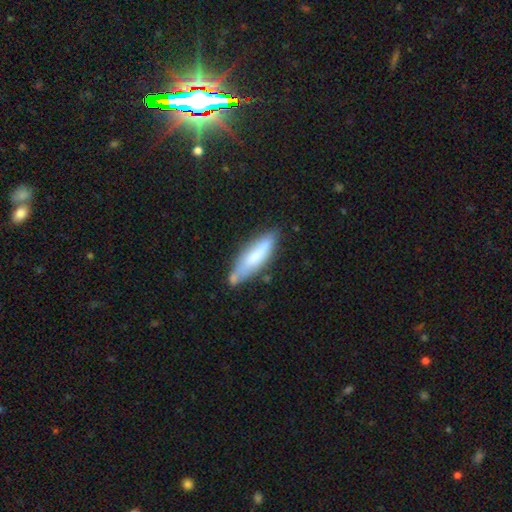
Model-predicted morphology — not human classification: This is likely a smooth galaxy (66%). How rounded: likely cigar-shaped (65%). Merging: likely none (65%).